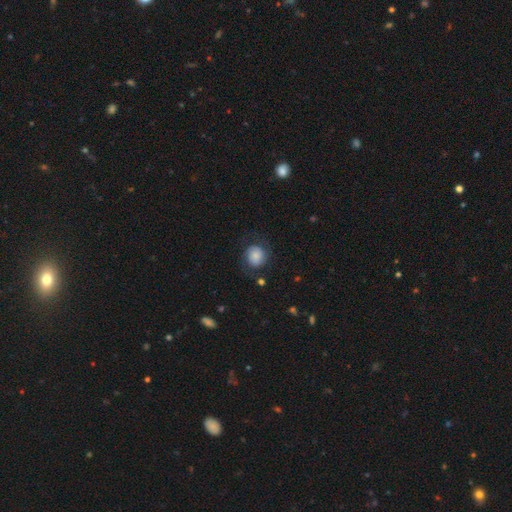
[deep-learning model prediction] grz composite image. It shows a smooth galaxy with no disk features (61%) that is round (81%). Merging: none (68%).